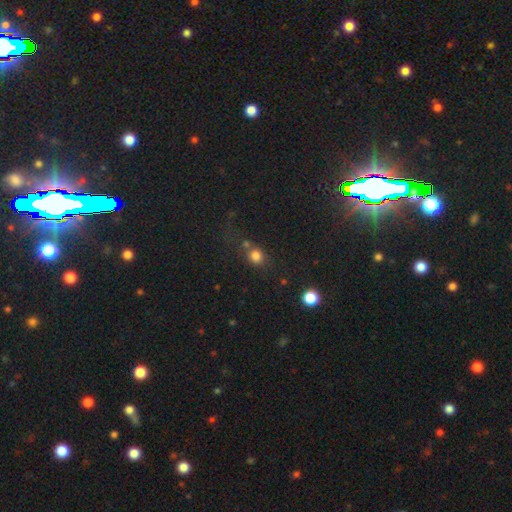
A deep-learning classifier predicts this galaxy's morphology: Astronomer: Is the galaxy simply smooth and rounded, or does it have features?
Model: smooth — 79%.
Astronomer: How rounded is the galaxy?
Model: round — 74%.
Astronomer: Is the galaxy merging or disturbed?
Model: none — 57%.